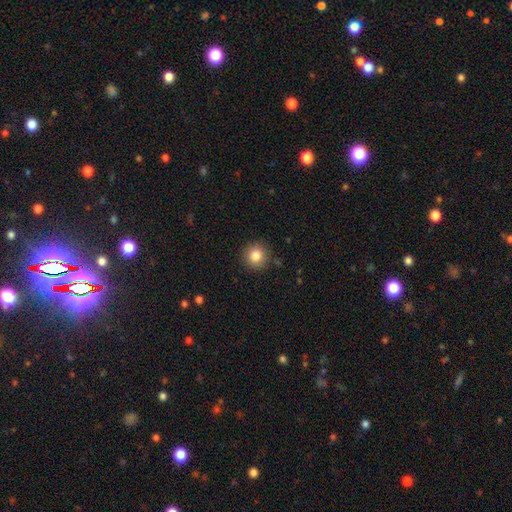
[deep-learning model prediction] smooth 84%, star or artifact 10%, featured or disk 6%. Down the decision tree: how rounded — round (94%); merging — none (89%).